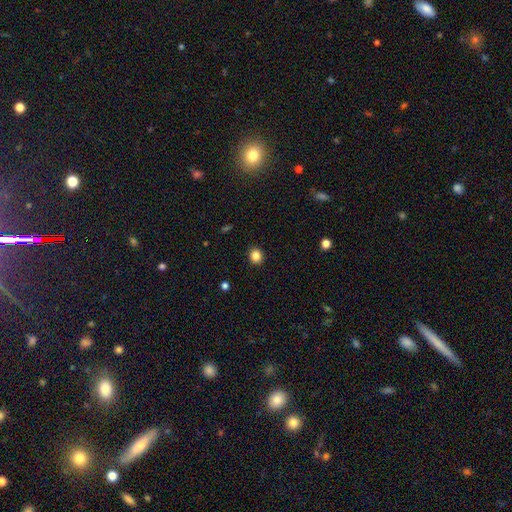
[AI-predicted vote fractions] Smooth or featured: smooth — 86% (star or artifact — 11%)
How rounded: round — 73% (in between — 26%)
Merging: none — 91% (minor disturbance — 6%)